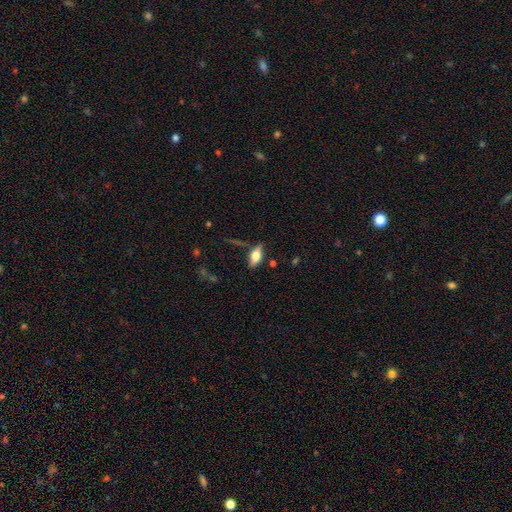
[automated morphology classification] Smooth or featured? smooth (62%)
How rounded? in between (80%)
Merging? none (72%)